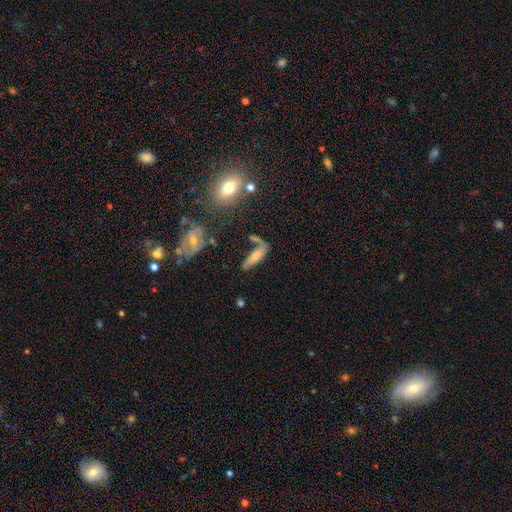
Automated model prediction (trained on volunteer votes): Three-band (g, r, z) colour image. It shows a smooth galaxy with no disk features (55%) that is cigar-shaped (49%). Merging: none (40%).